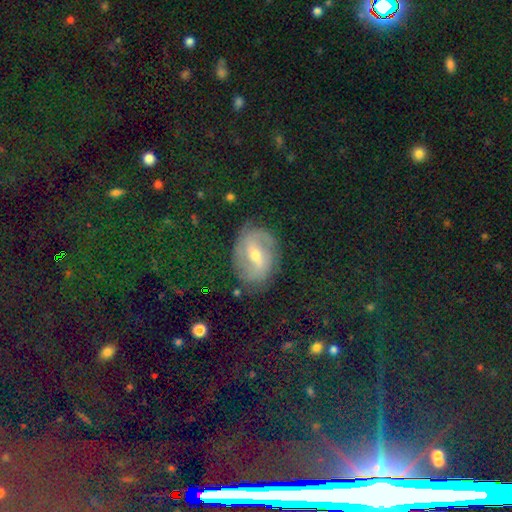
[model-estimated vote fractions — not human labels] Morphology: type=featured or disk (60%); edge-on=no (95%); bar=weak (48%); spiral arms=yes (82%); bulge=moderate (54%); merging=none (79%).